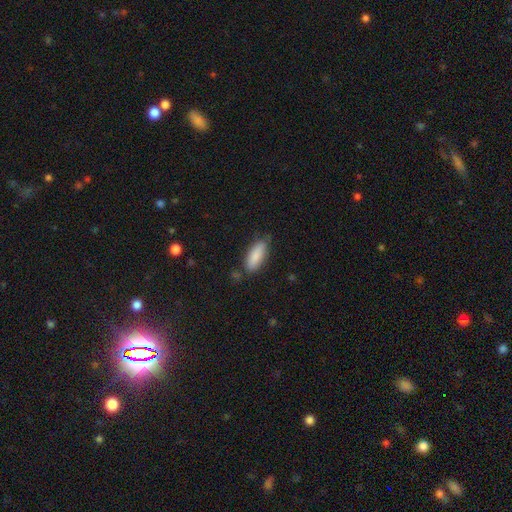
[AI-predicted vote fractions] smooth 86%, featured or disk 8%, star or artifact 6%. Down the decision tree: how rounded — in between (71%); merging — none (71%).